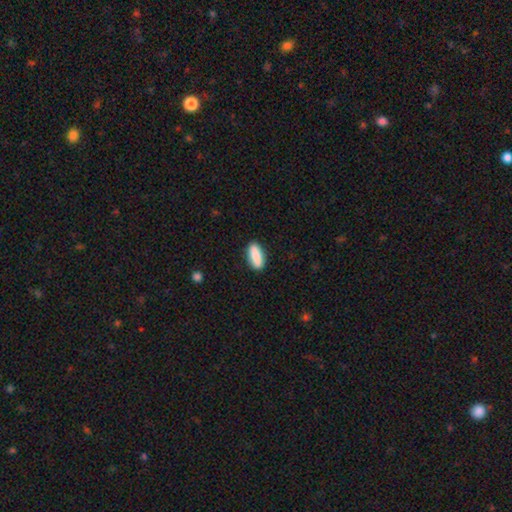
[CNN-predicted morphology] Smooth or featured: smooth — 87% (featured or disk — 7%)
How rounded: in between — 71% (cigar-shaped — 27%)
Merging: none — 88% (minor disturbance — 9%)